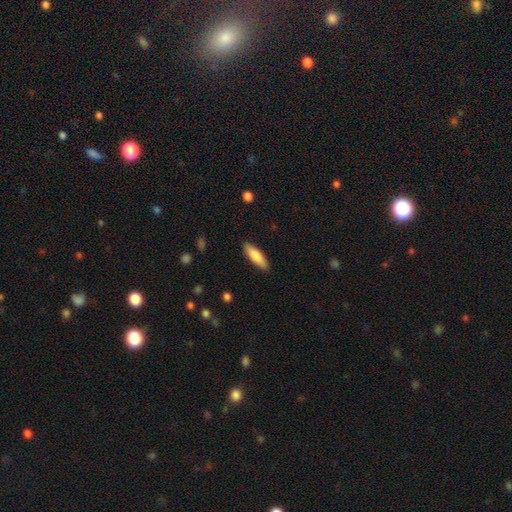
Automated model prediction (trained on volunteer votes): Smooth or featured: smooth — 81% (featured or disk — 14%)
How rounded: cigar-shaped — 52% (in between — 47%)
Merging: none — 89% (minor disturbance — 9%)